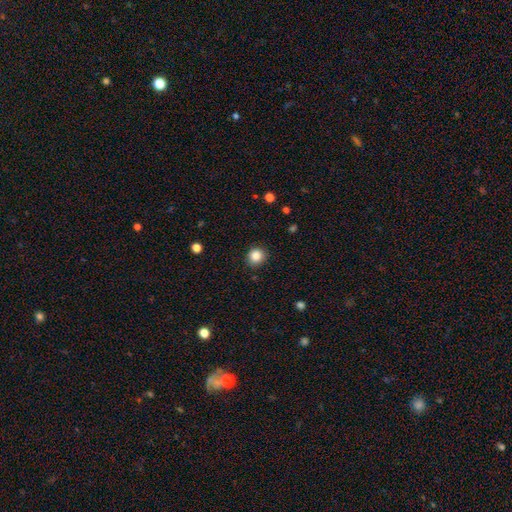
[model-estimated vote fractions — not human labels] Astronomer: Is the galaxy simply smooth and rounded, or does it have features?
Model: smooth — 86%.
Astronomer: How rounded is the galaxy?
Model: round — 87%.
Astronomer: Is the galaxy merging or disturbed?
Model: none — 88%.